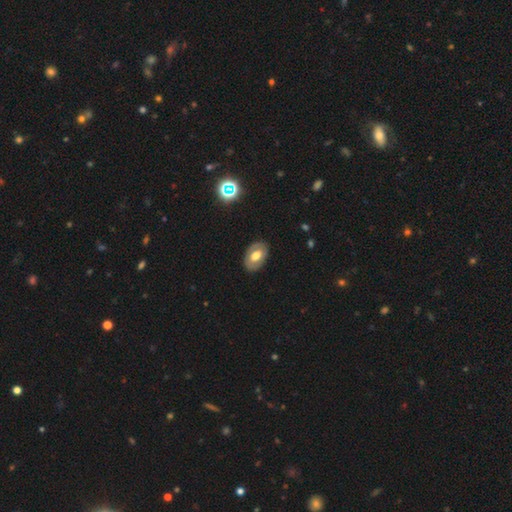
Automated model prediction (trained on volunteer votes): The model was most divided on "smooth or featured": smooth: 50%, featured or disk: 43%, star or artifact: 7%. More confident: how rounded — in between (86%); merging — none (85%).